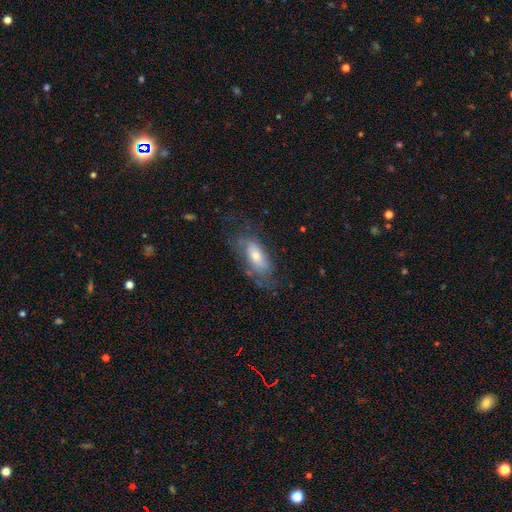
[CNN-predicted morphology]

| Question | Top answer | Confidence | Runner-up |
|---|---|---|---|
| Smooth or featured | featured or disk | 48% | smooth (43%) |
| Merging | none | 55% | minor disturbance (24%) |